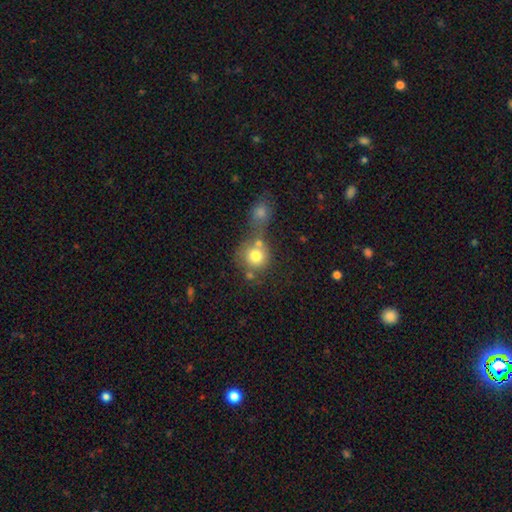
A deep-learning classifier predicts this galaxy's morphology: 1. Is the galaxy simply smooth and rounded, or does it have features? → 76% smooth, 13% featured or disk, 10% star or artifact.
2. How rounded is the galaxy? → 86% round, 13% in between, 1% cigar-shaped.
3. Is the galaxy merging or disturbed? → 46% merger, 40% none, 9% minor disturbance, 5% major disturbance.